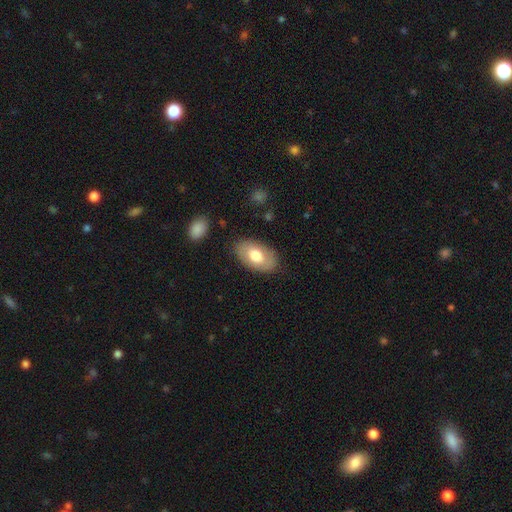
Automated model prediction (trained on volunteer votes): The model was most divided on "smooth or featured": smooth: 67%, featured or disk: 27%, star or artifact: 6%. More confident: how rounded — in between (93%); merging — none (83%).